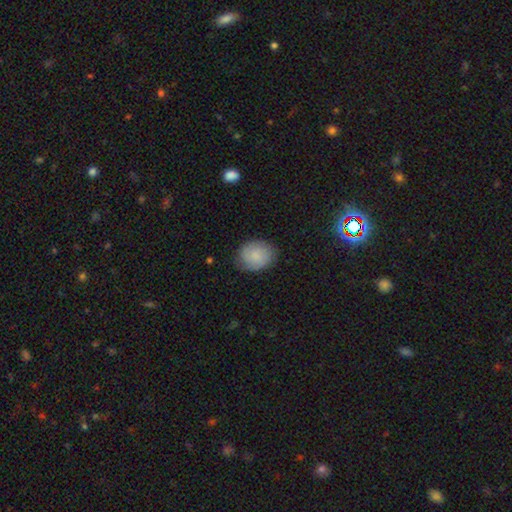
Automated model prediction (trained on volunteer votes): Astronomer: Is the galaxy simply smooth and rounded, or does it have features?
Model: smooth — 78%.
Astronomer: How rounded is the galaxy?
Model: round — 56% (runner-up: in between, 43%).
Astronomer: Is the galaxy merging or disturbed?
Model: none — 78%.